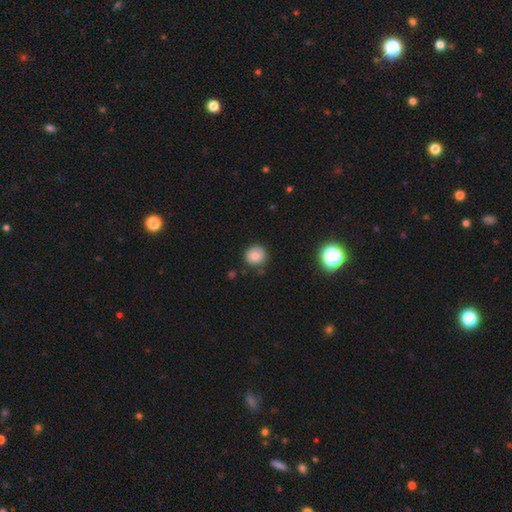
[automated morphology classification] A smooth galaxy with no disk features (77%) that is round (91%).

Vote fractions:
- Smooth or featured? smooth: 77% / featured or disk: 12% / star or artifact: 11%
- How rounded? round: 91% / in between: 8% / cigar-shaped: 1%
- Merging? none: 82% / minor disturbance: 13% / major disturbance: 3% / merger: 2%